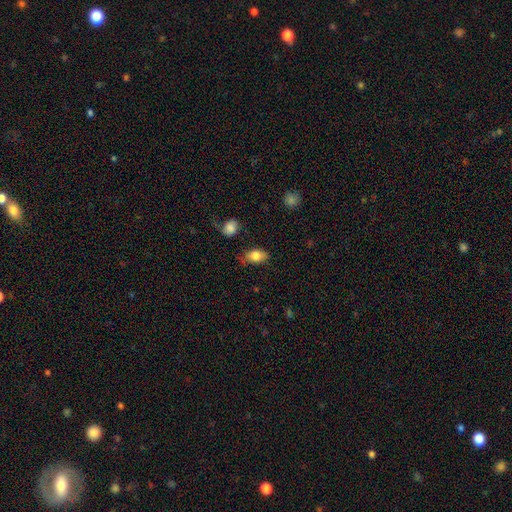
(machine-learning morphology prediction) This appears to be a smooth galaxy with no disk features (81%) that is in between round and cigar-shaped (88%). Merging: none (74%).